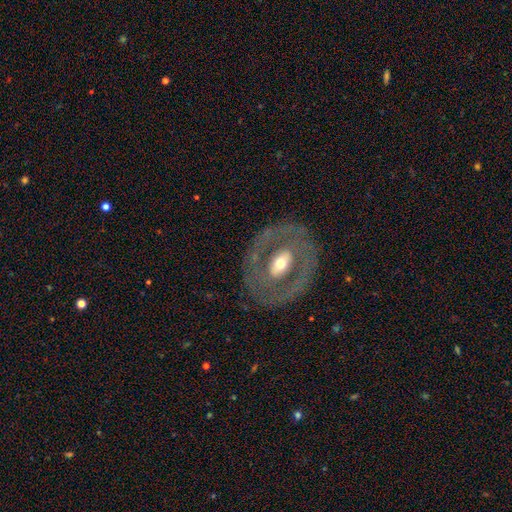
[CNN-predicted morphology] This appears to be a featured or disk galaxy (72%) with no bar (38%), no spiral arms (68%) and a moderate central bulge (67%). Merging: none (82%).